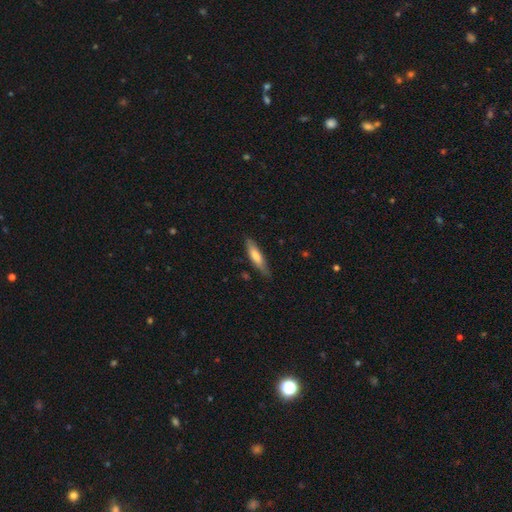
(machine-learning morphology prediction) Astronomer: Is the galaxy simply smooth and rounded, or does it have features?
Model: smooth — 69%.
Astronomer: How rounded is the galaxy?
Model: cigar-shaped — 75%.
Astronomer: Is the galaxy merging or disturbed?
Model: none — 79%.